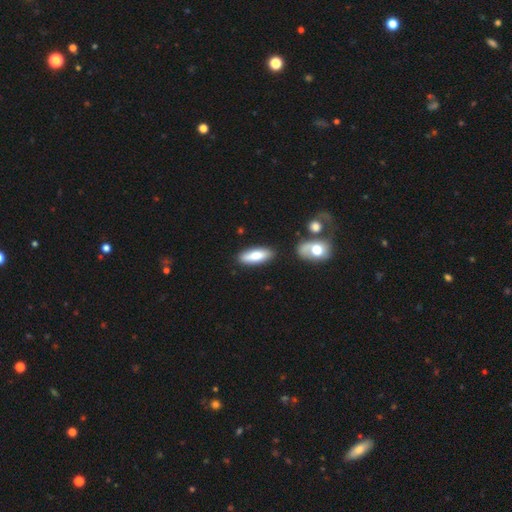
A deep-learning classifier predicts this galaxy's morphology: type=smooth (78%); roundness=in between (64%); merging=none (82%).